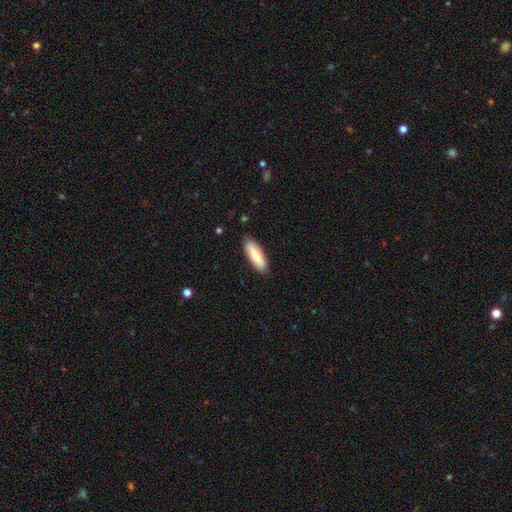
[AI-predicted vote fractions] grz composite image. It shows a smooth galaxy with no disk features (73%) that is in between round and cigar-shaped (56%). Merging: none (87%).